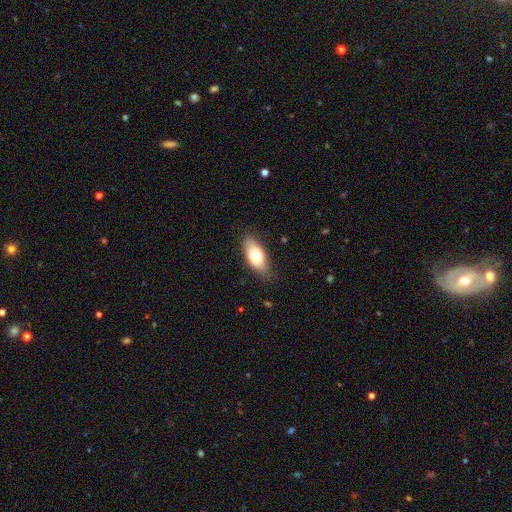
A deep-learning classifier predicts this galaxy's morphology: A smooth galaxy with no disk features (72%) that is in between round and cigar-shaped (88%).

Vote fractions:
- Smooth or featured? smooth: 72% / featured or disk: 21% / star or artifact: 7%
- How rounded? in between: 88% / cigar-shaped: 9% / round: 3%
- Merging? none: 79% / minor disturbance: 17% / major disturbance: 3% / merger: 1%